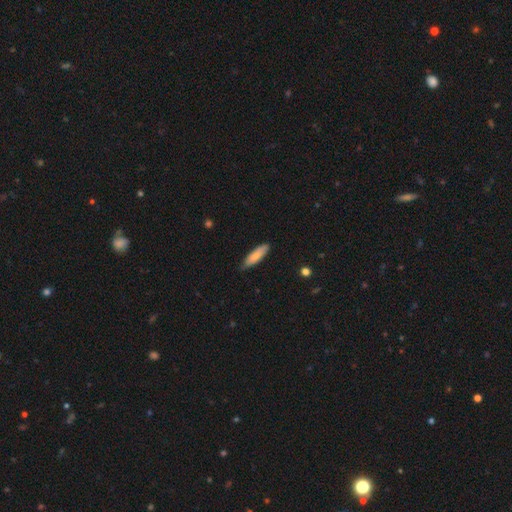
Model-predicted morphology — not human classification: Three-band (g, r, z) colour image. It shows a smooth galaxy with no disk features (80%) that is cigar-shaped (61%). Merging: none (79%).